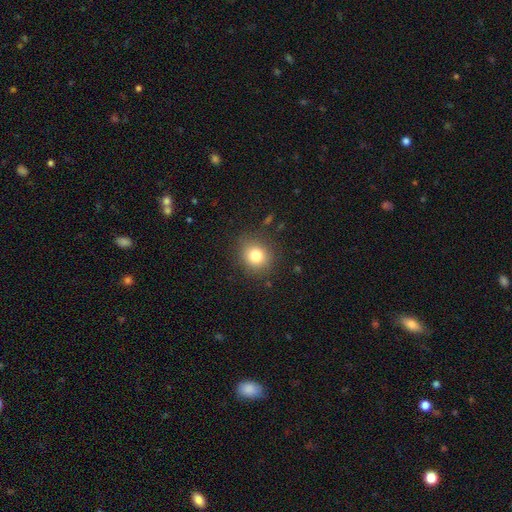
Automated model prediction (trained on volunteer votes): smooth-or-featured: smooth: 80% | star or artifact: 12% | featured or disk: 8%
  how-rounded: round: 83% | in between: 16% | cigar-shaped: 1%
  merging: none: 86% | minor disturbance: 9% | major disturbance: 3% | merger: 1%